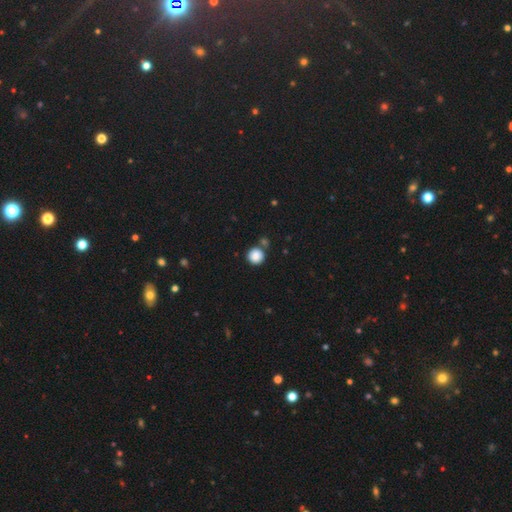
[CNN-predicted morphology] smooth-or-featured: smooth: 87% | star or artifact: 9% | featured or disk: 4%
  how-rounded: round: 94% | in between: 5% | cigar-shaped: 1%
  merging: none: 77% | merger: 12% | minor disturbance: 9% | major disturbance: 3%